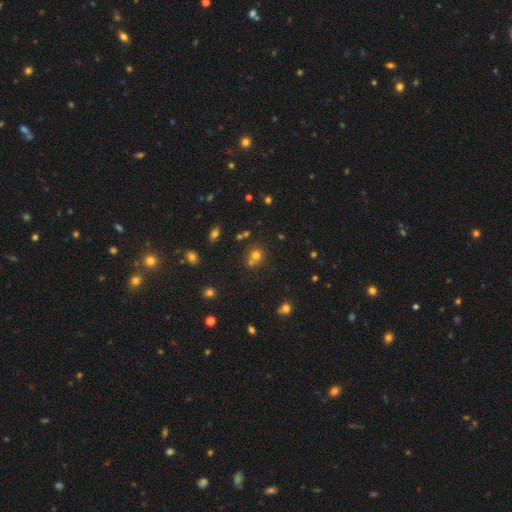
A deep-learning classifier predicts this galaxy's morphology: type=smooth (68%); roundness=round (81%); merging=none (52%).